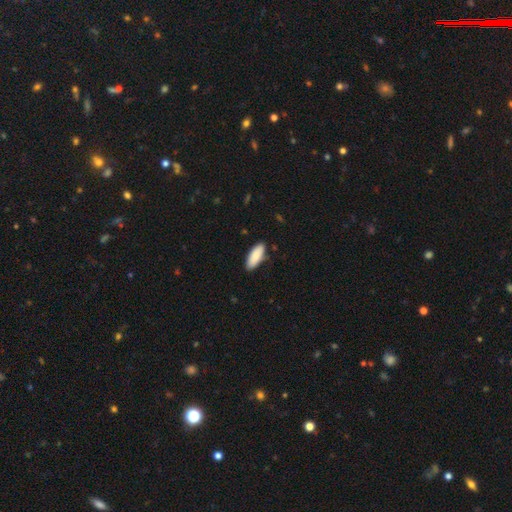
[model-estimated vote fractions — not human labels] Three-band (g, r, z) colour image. It shows a smooth galaxy with no disk features (89%) that is in between round and cigar-shaped (76%). Merging: none (85%).